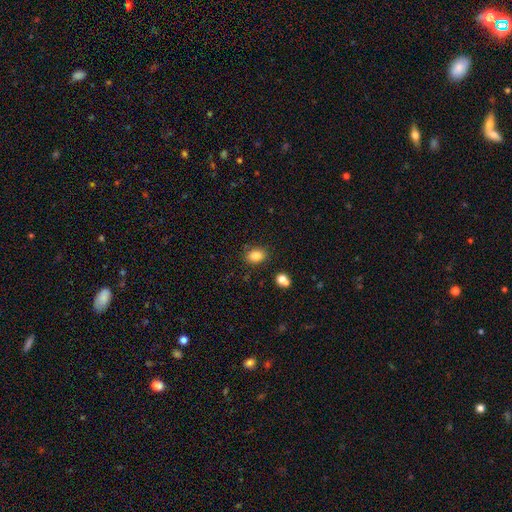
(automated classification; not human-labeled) Morphology: type=smooth (84%); roundness=in between (69%); merging=none (82%).